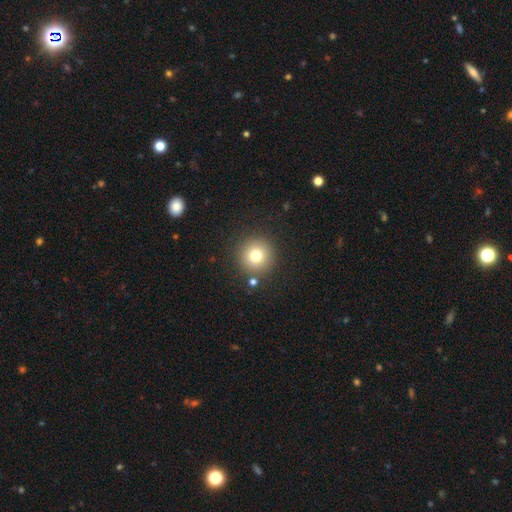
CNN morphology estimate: A smooth galaxy with no disk features (76%) that is round (96%).

Vote fractions:
- Smooth or featured? smooth: 76% / star or artifact: 14% / featured or disk: 10%
- How rounded? round: 96% / in between: 4% / cigar-shaped: 1%
- Merging? none: 87% / minor disturbance: 6% / merger: 4% / major disturbance: 3%